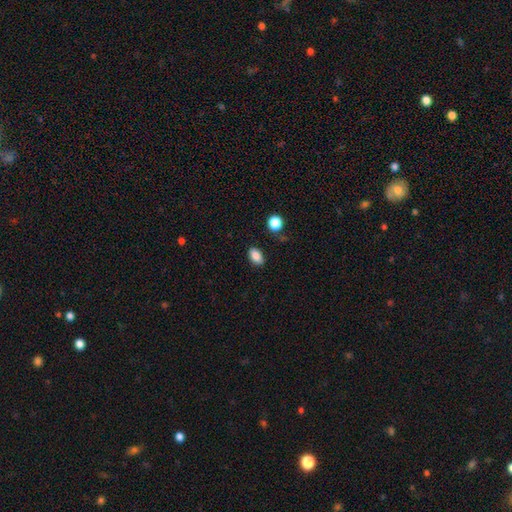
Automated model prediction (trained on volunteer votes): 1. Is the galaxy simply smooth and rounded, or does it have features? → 86% smooth, 9% star or artifact, 5% featured or disk.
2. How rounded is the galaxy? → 88% in between, 10% round, 2% cigar-shaped.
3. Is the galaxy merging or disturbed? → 86% none, 10% minor disturbance, 2% major disturbance, 2% merger.